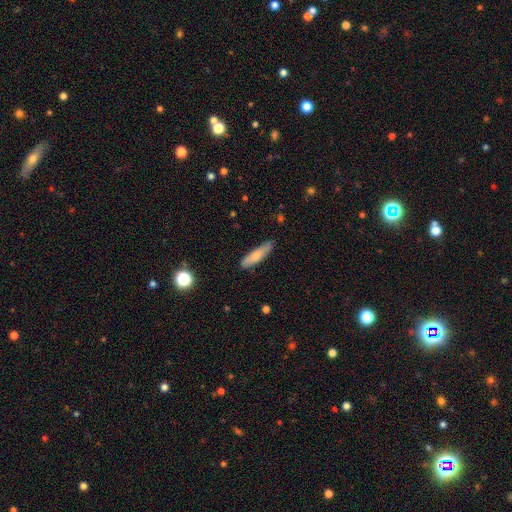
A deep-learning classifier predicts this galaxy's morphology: Overall: smooth (72%). How rounded: cigar-shaped (72%). Merging: none (80%).